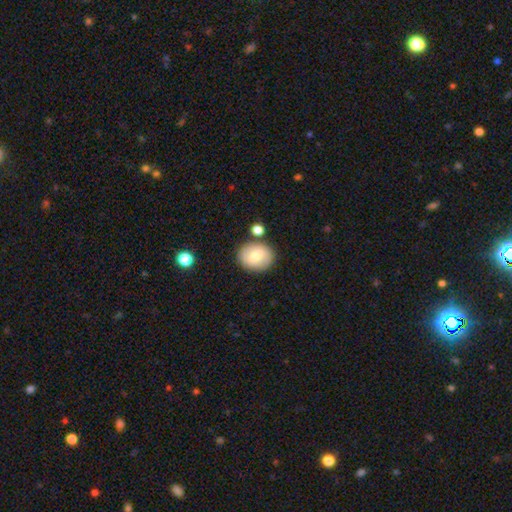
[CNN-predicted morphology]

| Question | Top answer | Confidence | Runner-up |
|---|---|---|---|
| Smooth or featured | smooth | 75% | featured or disk (17%) |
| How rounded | round | 61% | in between (38%) |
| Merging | none | 80% | minor disturbance (10%) |